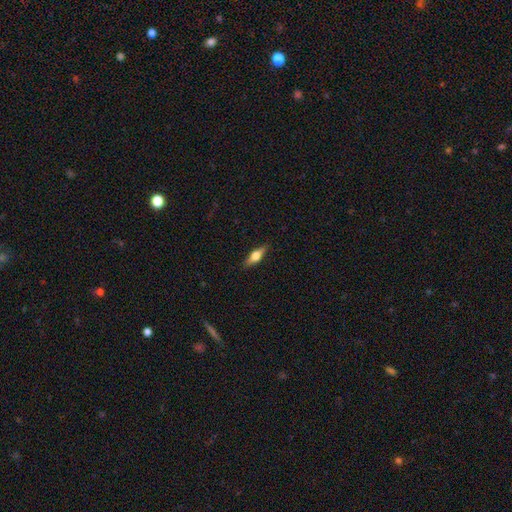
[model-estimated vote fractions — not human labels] Smooth or featured?
  - featured or disk: 47% *
  - smooth: 46%
  - star or artifact: 7%
Merging?
  - none: 87% *
  - minor disturbance: 10%
  - major disturbance: 2%
  - merger: 1%